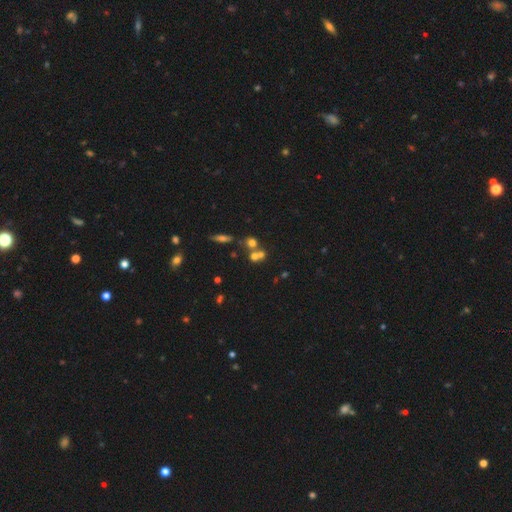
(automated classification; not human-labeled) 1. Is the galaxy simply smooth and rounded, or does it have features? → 57% smooth, 22% featured or disk, 21% star or artifact.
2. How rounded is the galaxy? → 76% round, 22% in between, 2% cigar-shaped.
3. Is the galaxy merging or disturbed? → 51% merger, 38% none, 7% minor disturbance, 4% major disturbance.